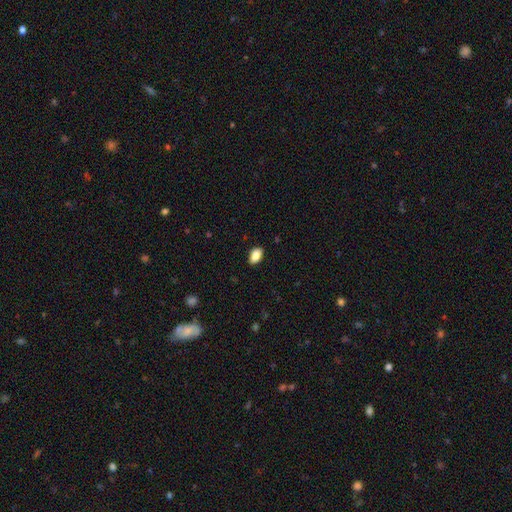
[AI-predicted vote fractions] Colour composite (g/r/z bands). It shows a smooth galaxy with no disk features (86%) that is in between round and cigar-shaped (90%). Merging: none (88%).